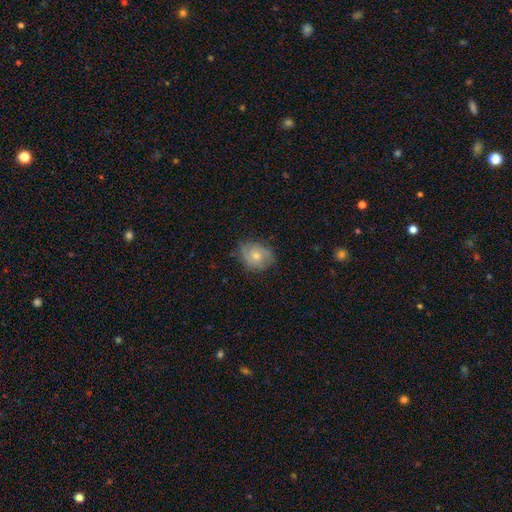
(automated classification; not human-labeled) smooth_or_featured: smooth (p=0.49) [alt: featured or disk p=0.44]
merging: none (p=0.70) [alt: minor disturbance p=0.23]